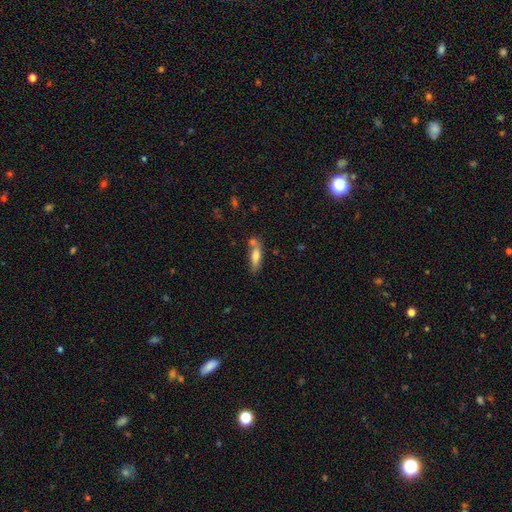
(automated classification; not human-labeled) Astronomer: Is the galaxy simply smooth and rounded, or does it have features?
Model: smooth — 73%.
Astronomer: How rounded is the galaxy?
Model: cigar-shaped — 51% (runner-up: in between, 46%).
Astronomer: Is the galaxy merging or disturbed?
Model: none — 53%.